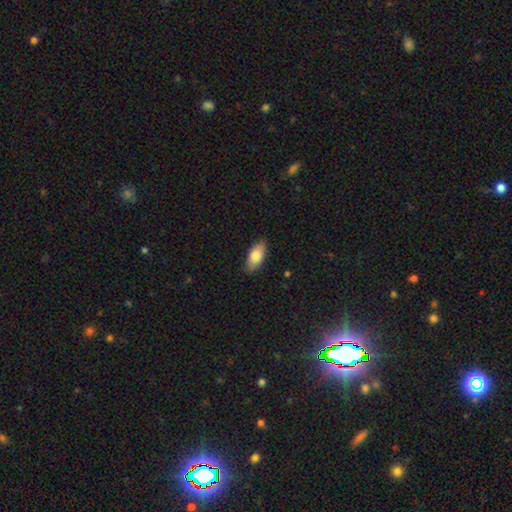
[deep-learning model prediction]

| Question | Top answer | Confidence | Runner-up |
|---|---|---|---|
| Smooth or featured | smooth | 81% | featured or disk (13%) |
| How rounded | in between | 90% | cigar-shaped (7%) |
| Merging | none | 86% | minor disturbance (11%) |